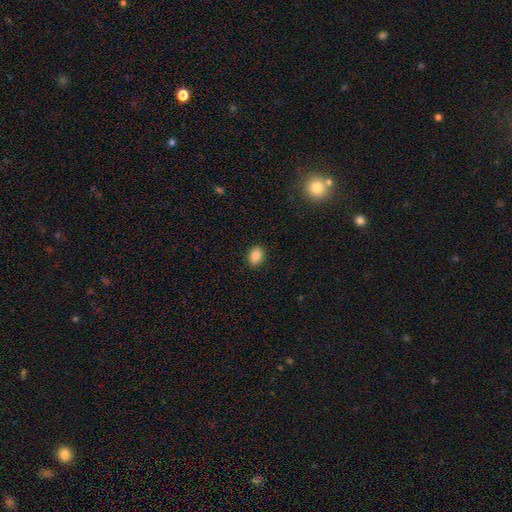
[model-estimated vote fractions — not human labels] A smooth galaxy with no disk features (85%) that is in between round and cigar-shaped (60%). Merging: none (90%).